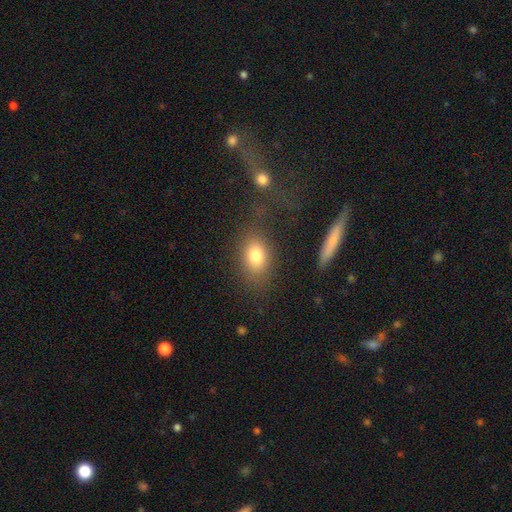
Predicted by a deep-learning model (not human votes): smooth_or_featured: smooth (p=0.79) [alt: star or artifact p=0.10]
how_rounded: in between (p=0.74) [alt: round p=0.24]
merging: none (p=0.72) [alt: minor disturbance p=0.15]